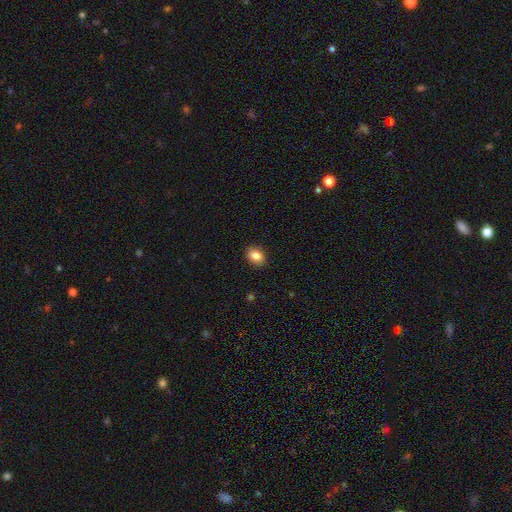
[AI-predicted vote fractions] Smooth or featured? Predicted: smooth (p=0.84). How rounded? Predicted: in between (p=0.61). Merging? Predicted: none (p=0.89).